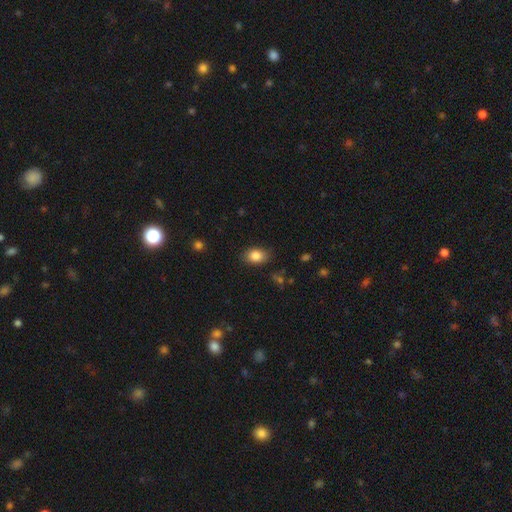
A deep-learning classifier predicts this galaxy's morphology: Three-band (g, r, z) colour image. It shows a smooth galaxy with no disk features (85%) that is in between round and cigar-shaped (80%). Merging: none (83%).